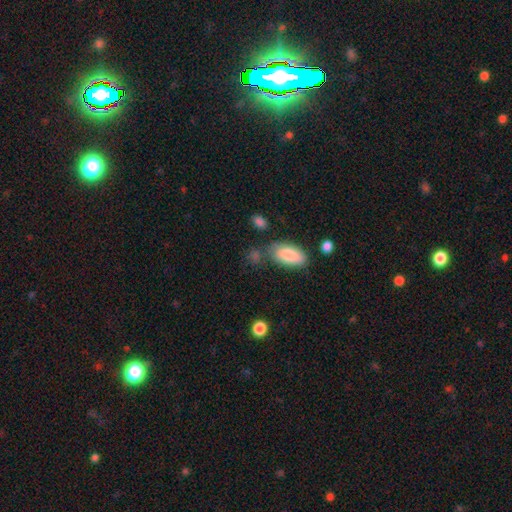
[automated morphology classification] Q: Smooth or featured?
A: smooth (80%); runner-up: star or artifact (10%)
Q: How rounded?
A: in between (83%); runner-up: cigar-shaped (10%)
Q: Merging?
A: none (65%); runner-up: minor disturbance (18%)